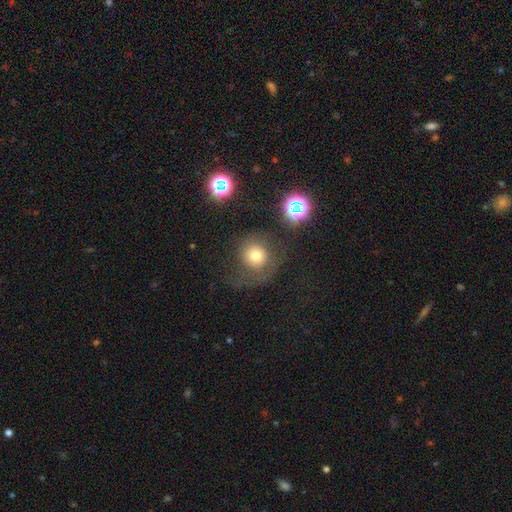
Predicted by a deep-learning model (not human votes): Overall: smooth (66%). How rounded: round (89%). Merging: none (50%; major disturbance 28%).